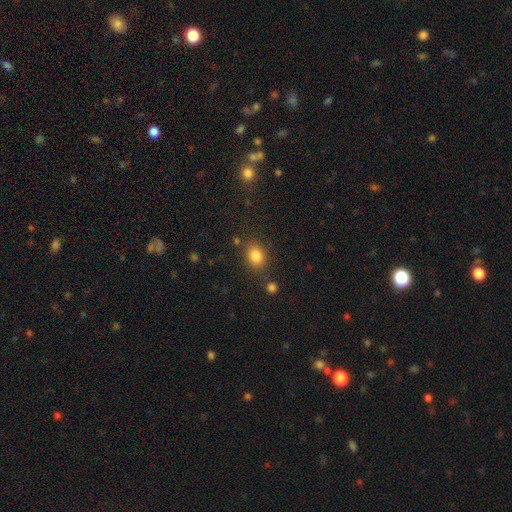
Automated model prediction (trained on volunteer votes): smooth-or-featured: smooth: 83% | star or artifact: 11% | featured or disk: 6%
  how-rounded: in between: 58% | round: 41% | cigar-shaped: 1%
  merging: none: 78% | minor disturbance: 12% | merger: 6% | major disturbance: 4%